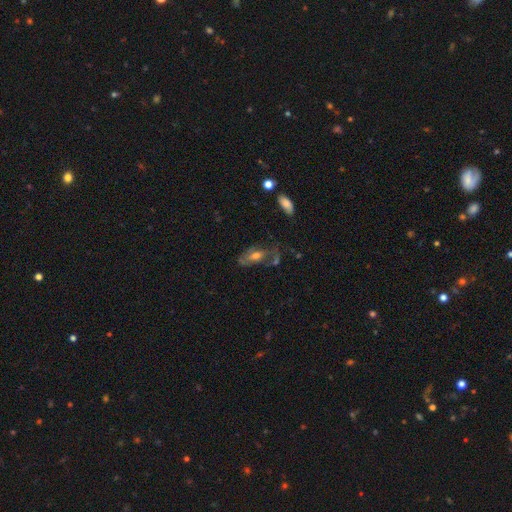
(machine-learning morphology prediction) This appears to be a featured or disk galaxy (53%). Merging: none (40%).